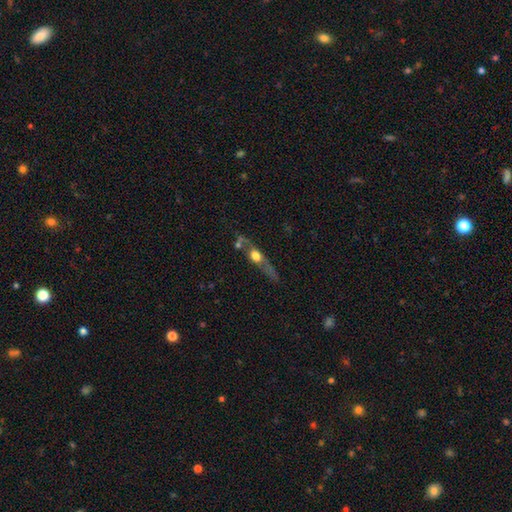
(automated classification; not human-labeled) Smooth or featured?
  - featured or disk: 60% *
  - smooth: 30%
  - star or artifact: 10%
Edge-on disk?
  - yes: 80% *
  - no: 20%
Merging?
  - none: 58% *
  - minor disturbance: 17%
  - merger: 14%
  - major disturbance: 10%